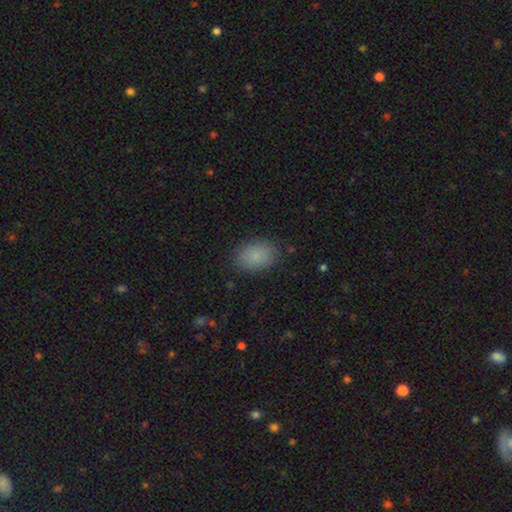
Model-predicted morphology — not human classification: This appears to be a smooth galaxy with no disk features (85%) that is in between round and cigar-shaped (81%). Merging: none (86%).